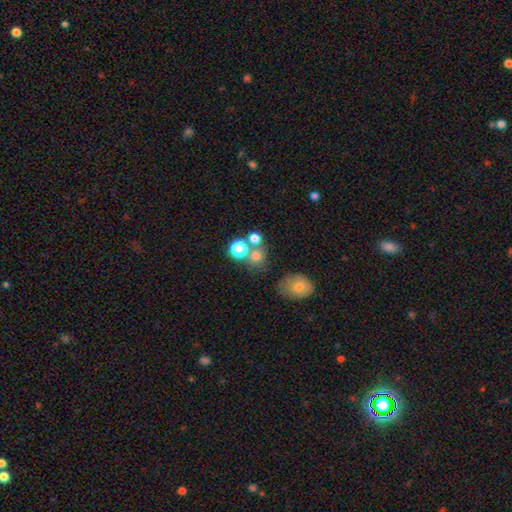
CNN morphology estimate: type=smooth (71%); roundness=round (78%); merging=none (49%).